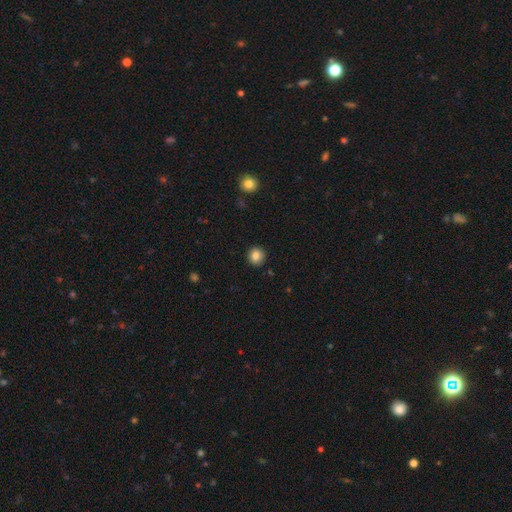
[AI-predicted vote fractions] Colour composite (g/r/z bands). It shows a smooth galaxy with no disk features (85%) that is round (91%). Merging: none (91%).